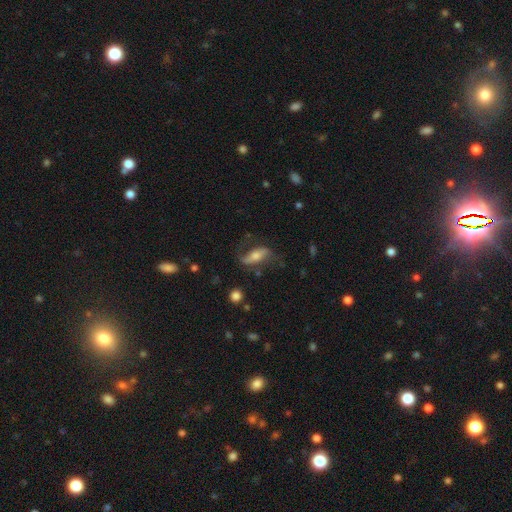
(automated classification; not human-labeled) A featured or disk galaxy (68%) with a strong bar (39%), 2 (85%) loose (68%) spiral arms (89%) and a moderate central bulge (53%). Merging: none (62%).